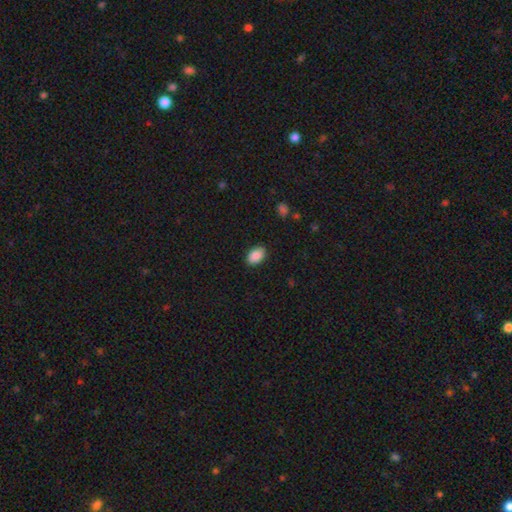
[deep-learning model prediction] Morphology: type=smooth (89%); roundness=in between (87%); merging=none (89%).